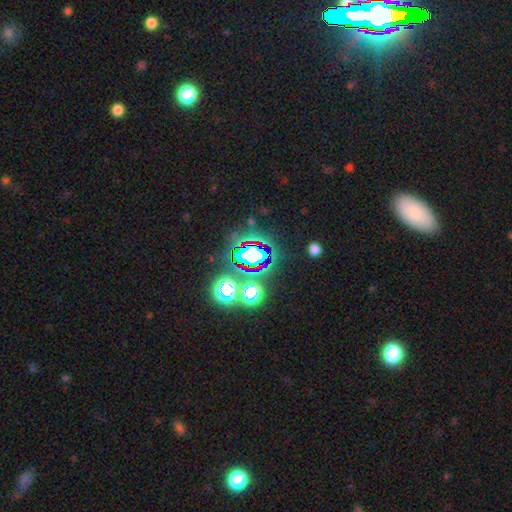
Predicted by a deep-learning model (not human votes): smooth-or-featured: star or artifact: 69% | smooth: 19% | featured or disk: 13%